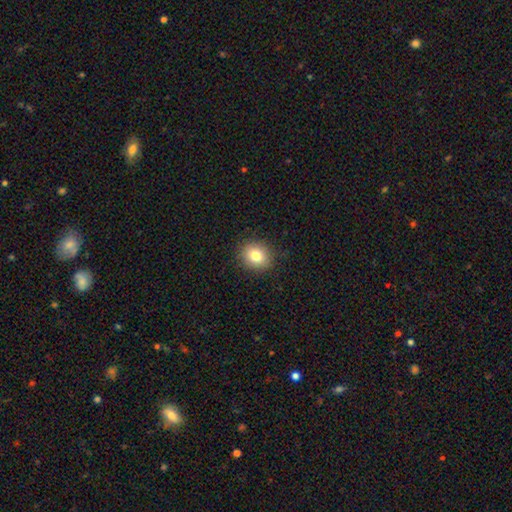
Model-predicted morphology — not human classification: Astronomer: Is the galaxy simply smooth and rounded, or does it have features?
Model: smooth — 80%.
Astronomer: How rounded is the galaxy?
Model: round — 72%.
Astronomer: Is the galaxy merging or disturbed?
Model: none — 89%.